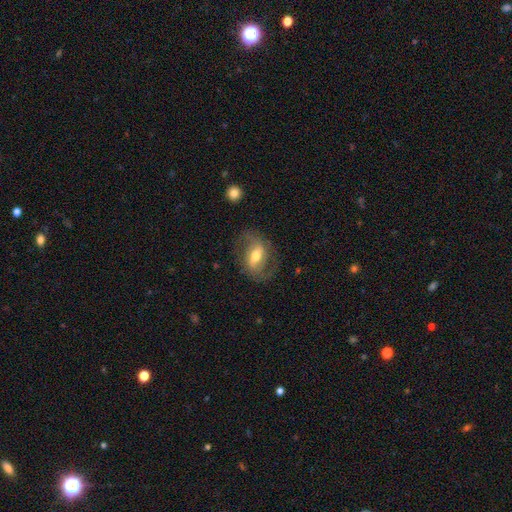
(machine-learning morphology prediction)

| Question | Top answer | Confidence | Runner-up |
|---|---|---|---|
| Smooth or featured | featured or disk | 72% | smooth (22%) |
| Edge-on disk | no | 94% | yes (6%) |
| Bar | strong | 45% | weak (40%) |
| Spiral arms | yes | 84% | no (16%) |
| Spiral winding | medium | 47% | loose (38%) |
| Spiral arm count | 2 | 88% | can't tell (6%) |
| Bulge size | moderate | 68% | small (16%) |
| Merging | none | 72% | minor disturbance (16%) |